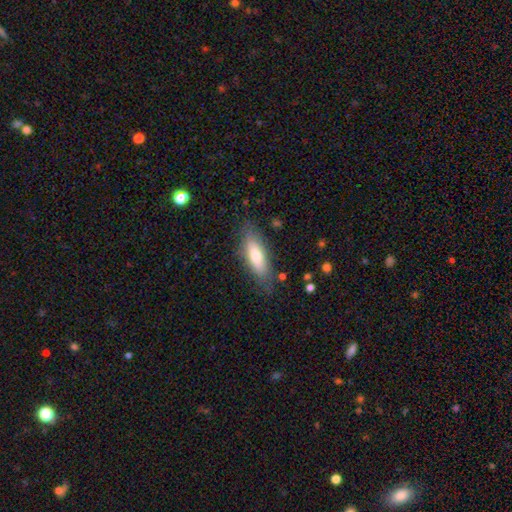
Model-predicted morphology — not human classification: type=smooth (72%); roundness=in between (56%); merging=none (79%).